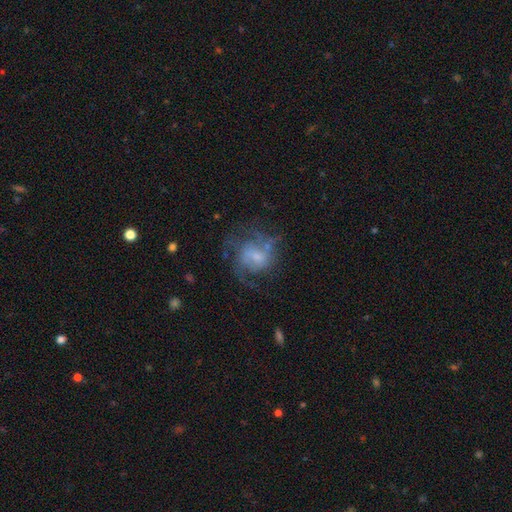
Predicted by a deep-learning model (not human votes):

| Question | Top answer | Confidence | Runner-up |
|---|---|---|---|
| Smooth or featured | featured or disk | 68% | smooth (23%) |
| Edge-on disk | no | 98% | yes (2%) |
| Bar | no | 56% | weak (38%) |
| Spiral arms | yes | 79% | no (21%) |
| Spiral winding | medium | 46% | loose (28%) |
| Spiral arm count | can't tell | 35% | 2 (32%) |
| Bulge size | small | 50% | moderate (34%) |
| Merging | none | 51% | major disturbance (26%) |